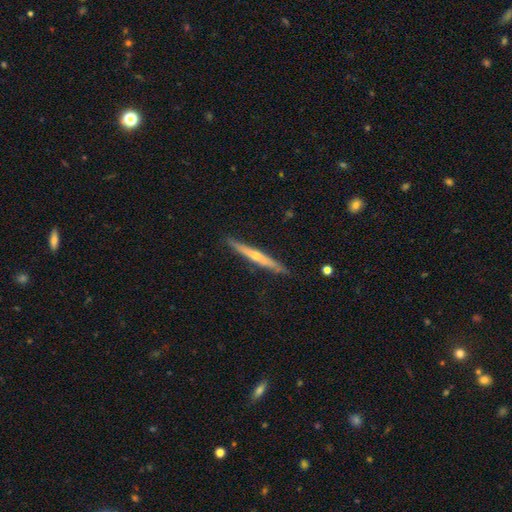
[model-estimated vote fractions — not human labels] Smooth or featured?
  - featured or disk: 63% *
  - smooth: 31%
  - star or artifact: 6%
Edge-on disk?
  - yes: 96% *
  - no: 4%
Edge-on bulge?
  - rounded: 70% *
  - none: 26%
  - boxy: 3%
Merging?
  - none: 87% *
  - minor disturbance: 10%
  - major disturbance: 2%
  - merger: 1%